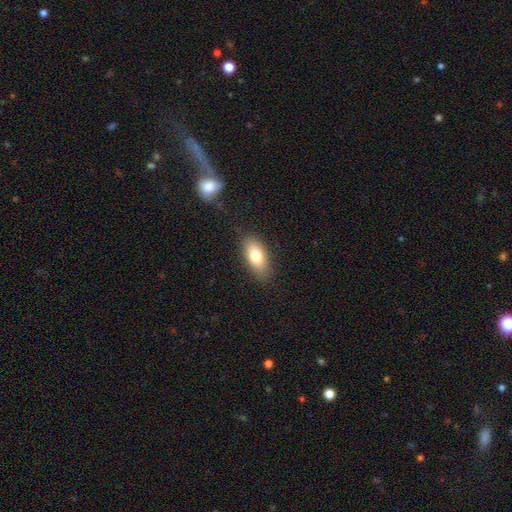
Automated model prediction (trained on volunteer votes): smooth_or_featured: smooth (p=0.76) [alt: featured or disk p=0.16]
how_rounded: in between (p=0.87) [alt: cigar-shaped p=0.09]
merging: none (p=0.82) [alt: minor disturbance p=0.13]